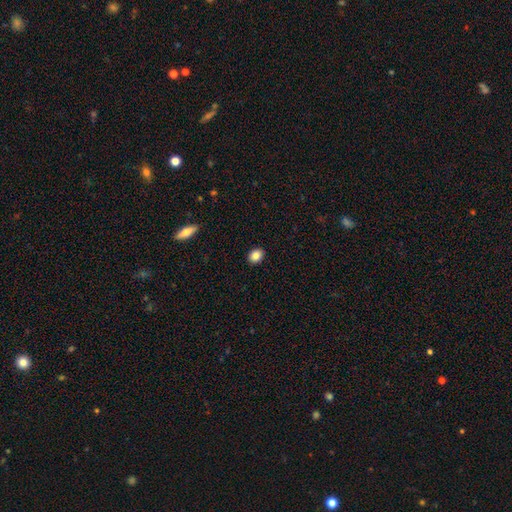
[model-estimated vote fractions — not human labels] Smooth or featured? Predicted: smooth (p=0.85). How rounded? Predicted: in between (p=0.54). Merging? Predicted: none (p=0.91).